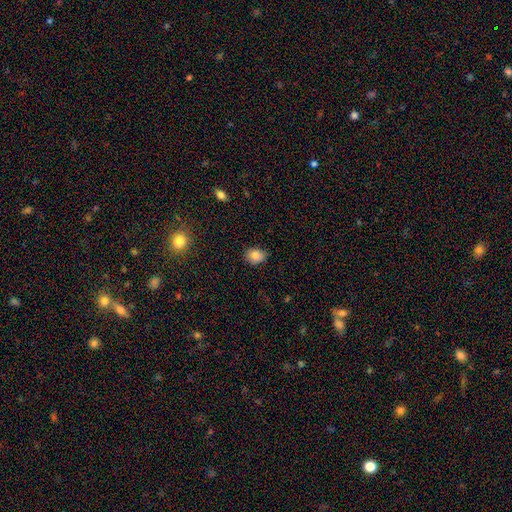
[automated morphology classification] A smooth galaxy with no disk features (83%) that is in between round and cigar-shaped (50%). Merging: none (80%).